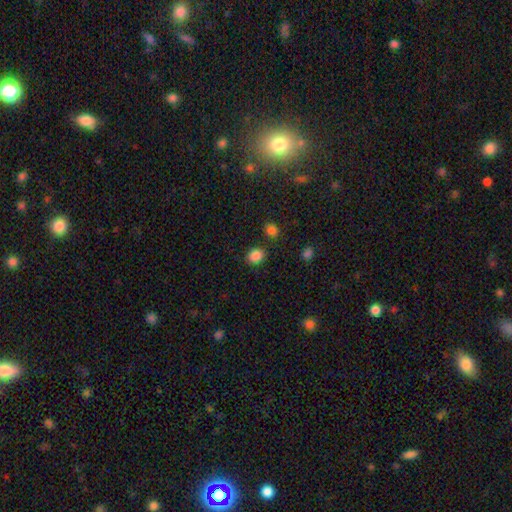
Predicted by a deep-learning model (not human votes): A smooth galaxy with no disk features (87%) that is round (58%). Merging: none (83%).